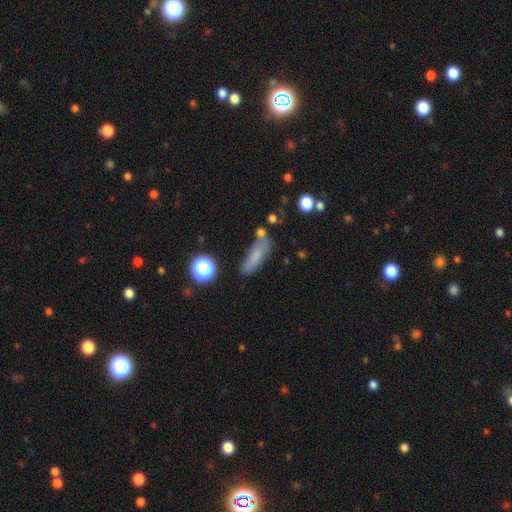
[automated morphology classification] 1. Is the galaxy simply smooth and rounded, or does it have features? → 72% smooth, 15% featured or disk, 13% star or artifact.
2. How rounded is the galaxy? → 49% cigar-shaped, 47% in between, 5% round.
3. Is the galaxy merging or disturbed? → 62% none, 21% minor disturbance, 9% merger, 8% major disturbance.